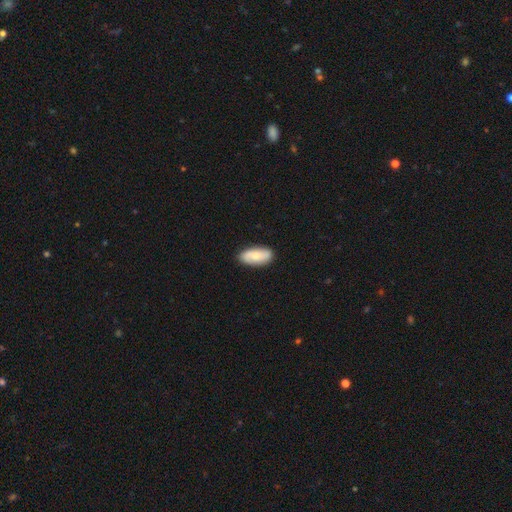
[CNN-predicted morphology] Q: Smooth or featured?
A: smooth (70%); runner-up: featured or disk (25%)
Q: How rounded?
A: in between (88%); runner-up: cigar-shaped (10%)
Q: Merging?
A: none (86%); runner-up: minor disturbance (11%)